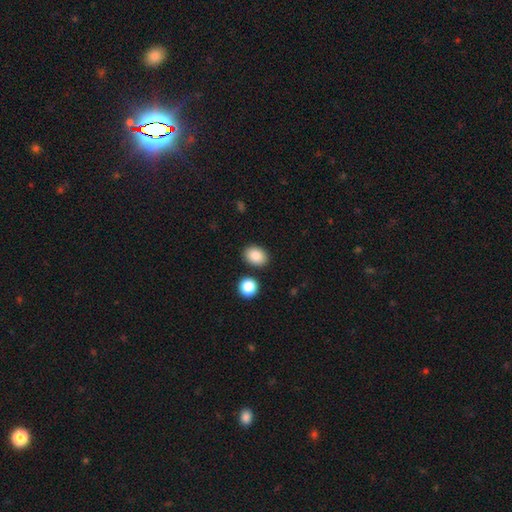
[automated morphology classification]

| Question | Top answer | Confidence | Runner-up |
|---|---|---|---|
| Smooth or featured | smooth | 86% | star or artifact (8%) |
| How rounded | in between | 70% | round (28%) |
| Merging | none | 85% | minor disturbance (8%) |